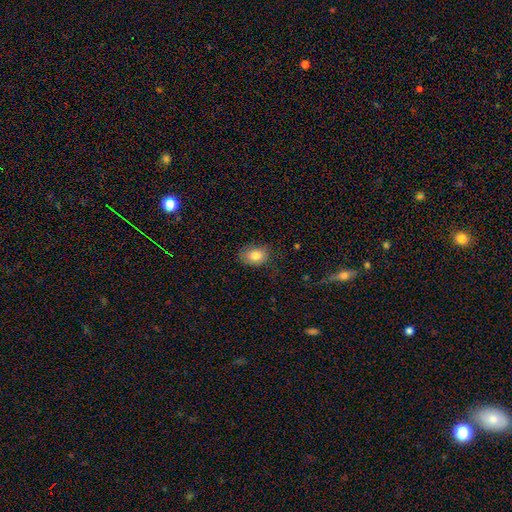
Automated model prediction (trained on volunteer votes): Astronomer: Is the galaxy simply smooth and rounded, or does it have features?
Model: smooth — 83%.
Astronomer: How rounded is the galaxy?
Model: in between — 69%.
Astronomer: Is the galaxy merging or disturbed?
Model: none — 73%.